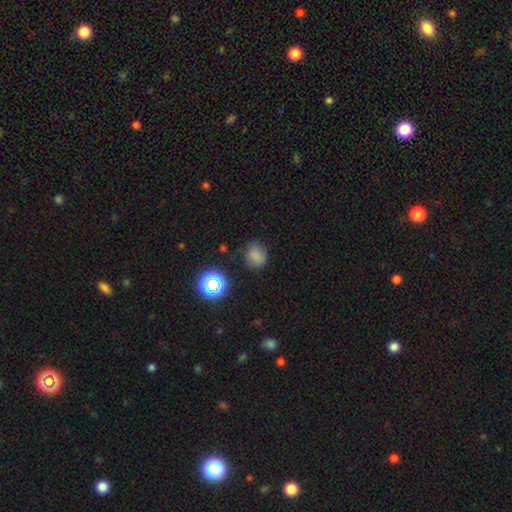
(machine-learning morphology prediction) type=smooth (76%); roundness=round (67%); merging=none (75%).